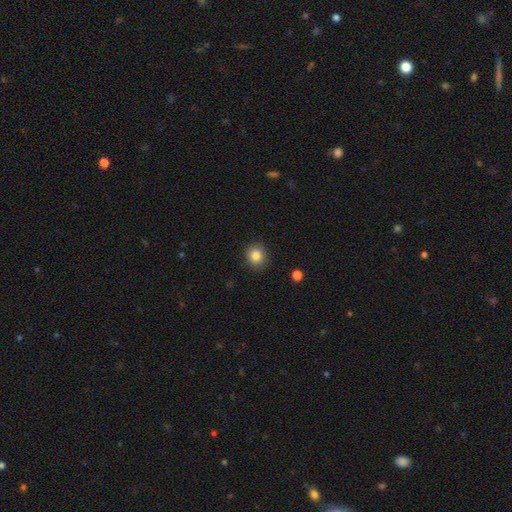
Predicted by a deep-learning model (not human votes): A smooth galaxy with no disk features (84%) that is round (82%).

Vote fractions:
- Smooth or featured? smooth: 84% / star or artifact: 10% / featured or disk: 6%
- How rounded? round: 82% / in between: 17% / cigar-shaped: 1%
- Merging? none: 89% / minor disturbance: 7% / major disturbance: 2% / merger: 1%